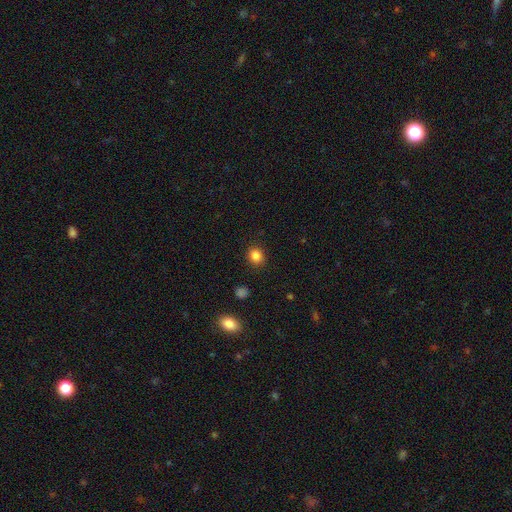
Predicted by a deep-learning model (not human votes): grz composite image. It shows a smooth galaxy with no disk features (84%) that is round (78%). Merging: none (89%).